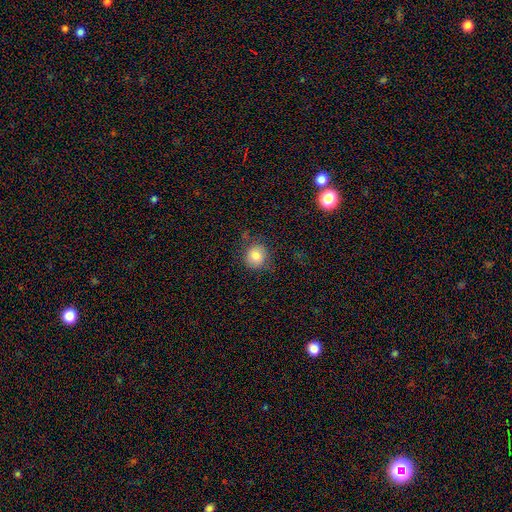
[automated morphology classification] Overall: smooth (80%). How rounded: round (85%). Merging: none (76%).